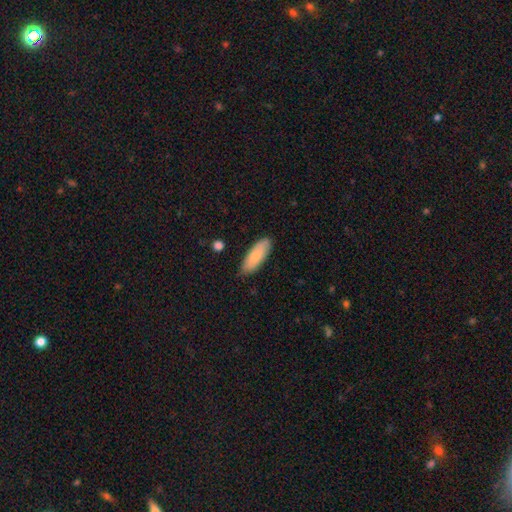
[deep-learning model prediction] Overall: smooth (81%). How rounded: in between (69%; cigar-shaped 30%). Merging: none (81%).